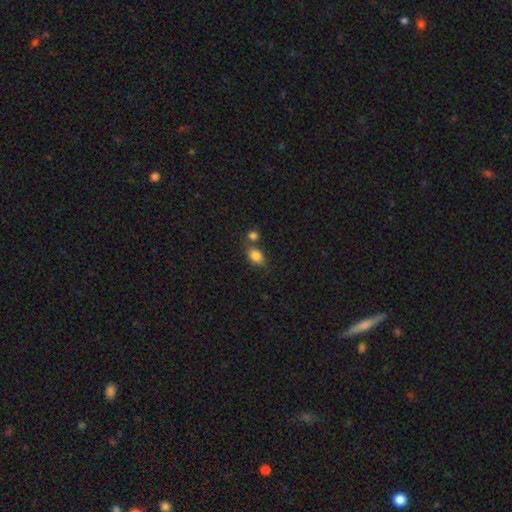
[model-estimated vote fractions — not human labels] Smooth or featured?
  - smooth: 84% *
  - star or artifact: 10%
  - featured or disk: 7%
How rounded?
  - in between: 75% *
  - round: 23%
  - cigar-shaped: 2%
Merging?
  - none: 54% *
  - merger: 29%
  - minor disturbance: 13%
  - major disturbance: 4%